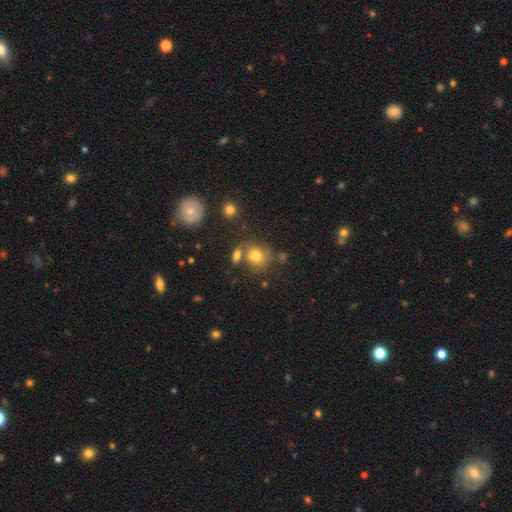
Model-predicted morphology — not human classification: Smooth or featured? smooth (74%)
How rounded? round (69%)
Merging? none (55%)